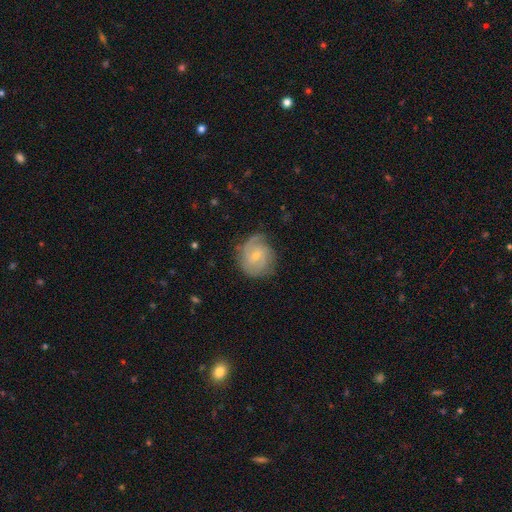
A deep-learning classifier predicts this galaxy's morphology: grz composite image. It shows a featured or disk galaxy (74%) with no bar (55%), 2 (37%) tight (51%) spiral arms (93%) and a small central bulge (57%). Merging: none (68%).